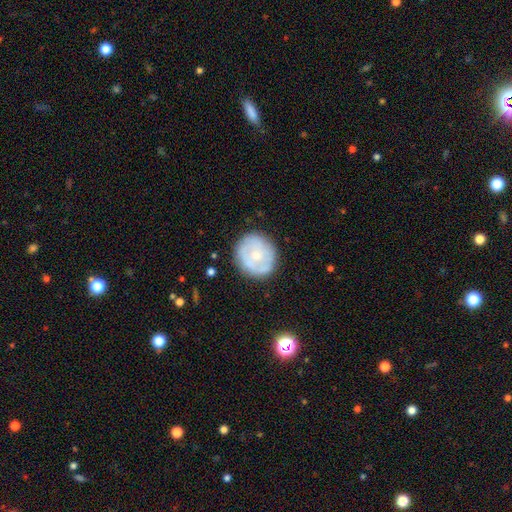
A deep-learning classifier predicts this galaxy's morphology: smooth-or-featured: smooth: 50% | featured or disk: 43% | star or artifact: 6%
  how-rounded: round: 87% | in between: 12% | cigar-shaped: 1%
  merging: none: 80% | minor disturbance: 14% | major disturbance: 4% | merger: 2%